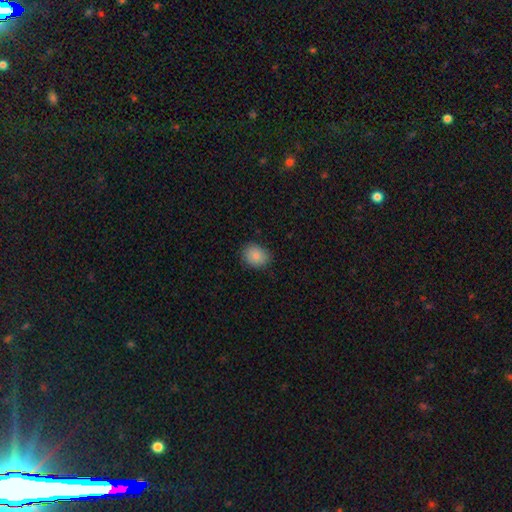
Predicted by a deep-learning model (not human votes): This is clearly a smooth galaxy (86%). How rounded: possibly round (52%). Merging: clearly none (84%).